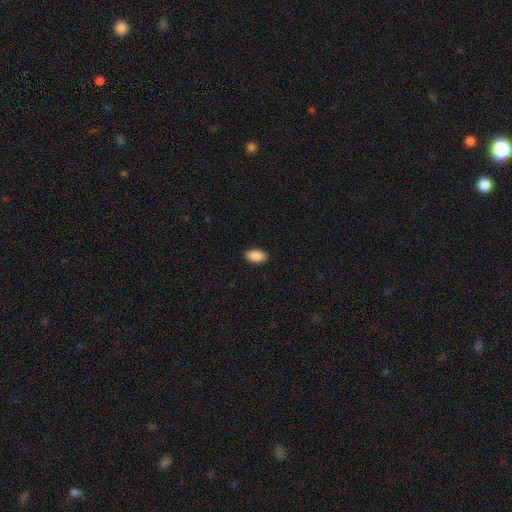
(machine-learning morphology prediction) This is clearly a smooth galaxy (89%). How rounded: clearly in between (93%). Merging: clearly none (90%).